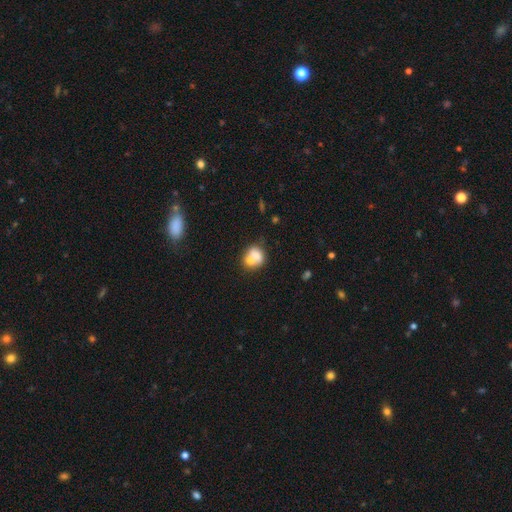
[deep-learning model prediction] Smooth or featured? smooth (68%)
How rounded? round (58%)
Merging? merger (56%)